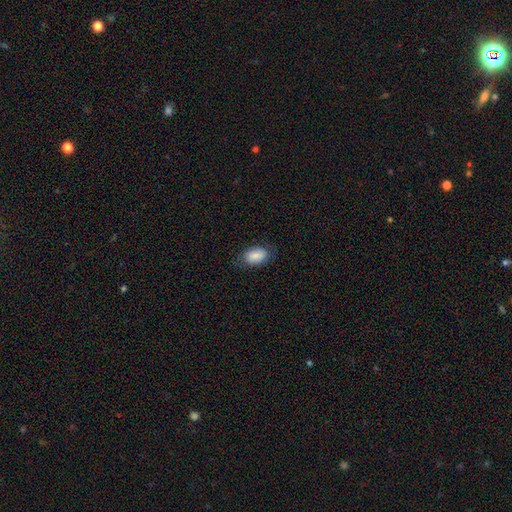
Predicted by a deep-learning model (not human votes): Smooth or featured: smooth — 85% (featured or disk — 8%)
How rounded: in between — 91% (round — 7%)
Merging: none — 77% (minor disturbance — 17%)